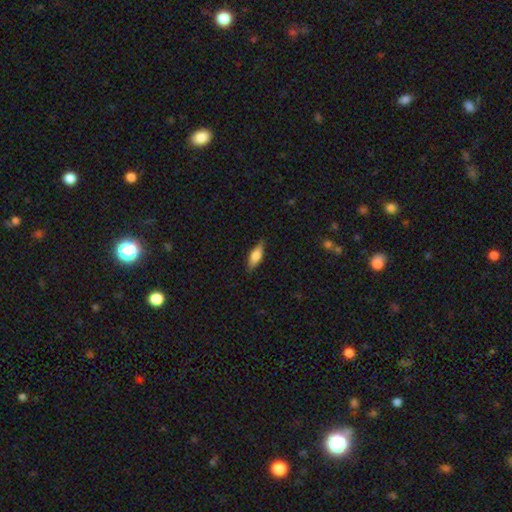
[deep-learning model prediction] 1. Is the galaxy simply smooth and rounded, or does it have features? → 60% smooth, 34% featured or disk, 6% star or artifact.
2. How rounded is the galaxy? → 58% in between, 39% cigar-shaped, 3% round.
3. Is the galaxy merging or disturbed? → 85% none, 12% minor disturbance, 2% major disturbance, 1% merger.